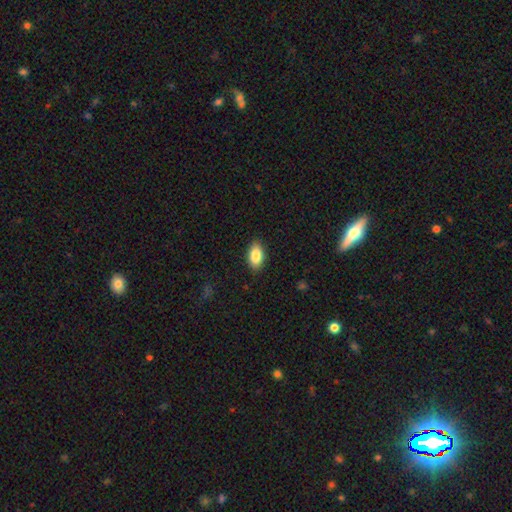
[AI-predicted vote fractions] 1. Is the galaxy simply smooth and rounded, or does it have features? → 86% smooth, 7% star or artifact, 7% featured or disk.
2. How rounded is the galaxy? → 93% in between, 4% round, 3% cigar-shaped.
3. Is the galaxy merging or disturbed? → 88% none, 9% minor disturbance, 2% major disturbance, 1% merger.